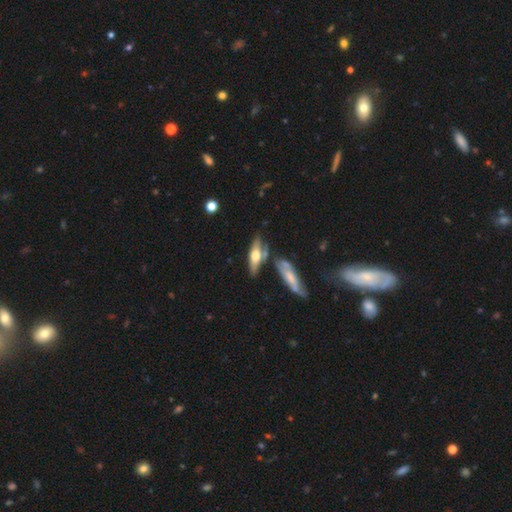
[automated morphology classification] A featured or disk galaxy (49%).

Vote fractions:
- Smooth or featured? featured or disk: 49% / smooth: 44% / star or artifact: 7%
- Merging? none: 56% / merger: 20% / minor disturbance: 17% / major disturbance: 6%